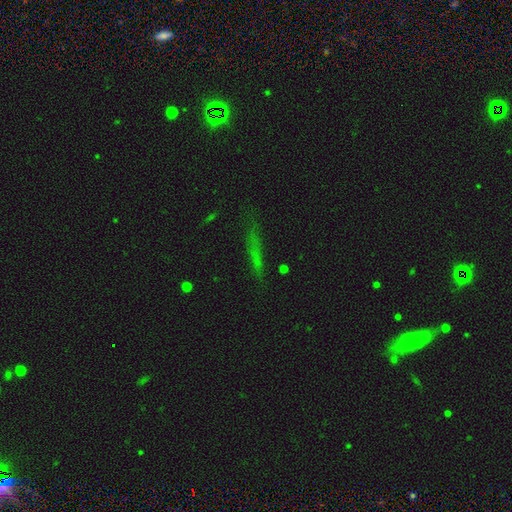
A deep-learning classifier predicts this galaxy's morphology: Smooth or featured: smooth — 43% (star or artifact — 33%)
Merging: none — 79% (minor disturbance — 12%)